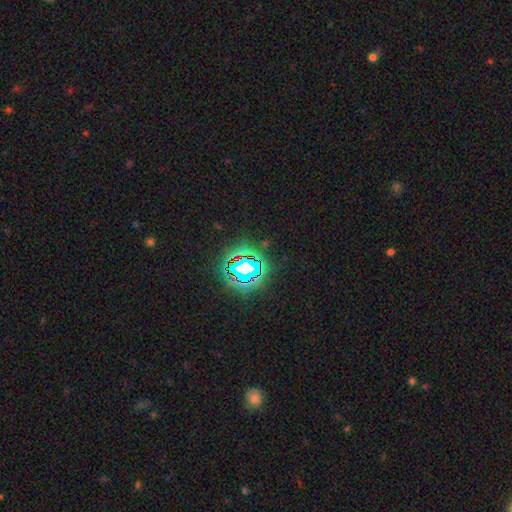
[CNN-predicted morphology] The model was most divided on "smooth or featured": star or artifact: 79%, smooth: 13%, featured or disk: 8%.